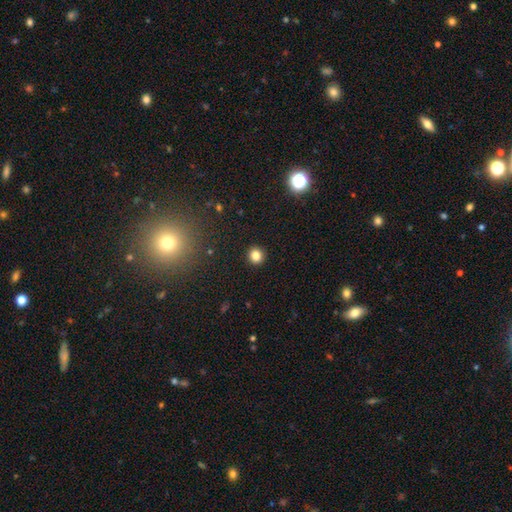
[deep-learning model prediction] The model was most divided on "smooth or featured": smooth: 83%, star or artifact: 12%, featured or disk: 5%. More confident: merging — none (93%); how rounded — round (91%).